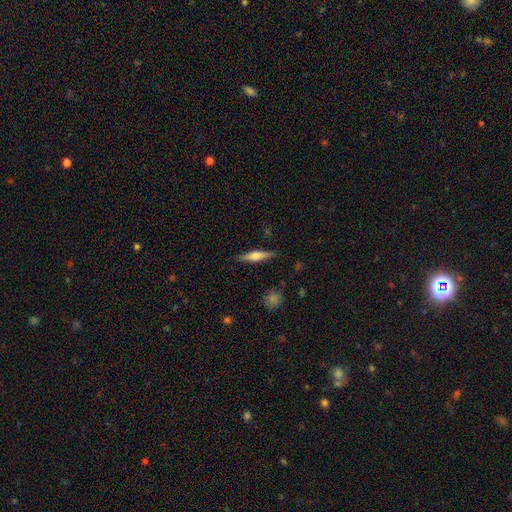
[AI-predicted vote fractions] Q: Smooth or featured?
A: featured or disk (50%); runner-up: smooth (44%)
Q: Merging?
A: none (87%); runner-up: minor disturbance (9%)